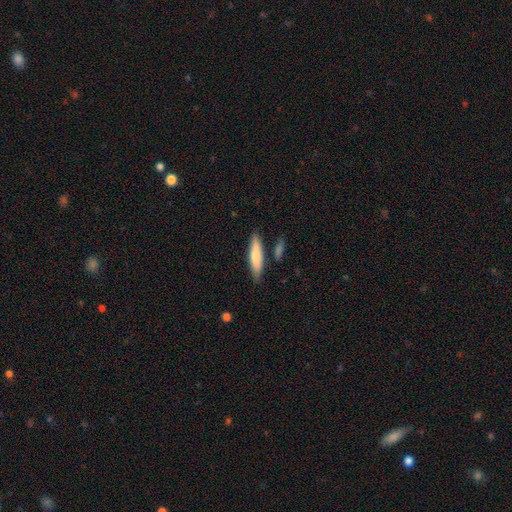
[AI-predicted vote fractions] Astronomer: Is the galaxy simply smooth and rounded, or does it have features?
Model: smooth — 76%.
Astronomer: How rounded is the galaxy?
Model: cigar-shaped — 77%.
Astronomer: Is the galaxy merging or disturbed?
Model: none — 81%.